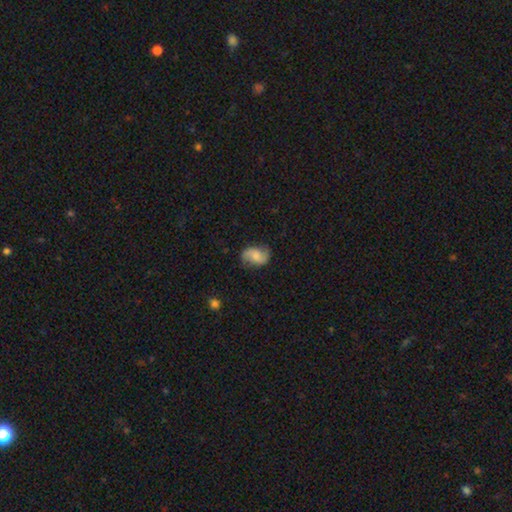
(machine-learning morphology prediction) Overall: smooth (50%; featured or disk 41%). How rounded: in between (81%). Merging: none (72%).